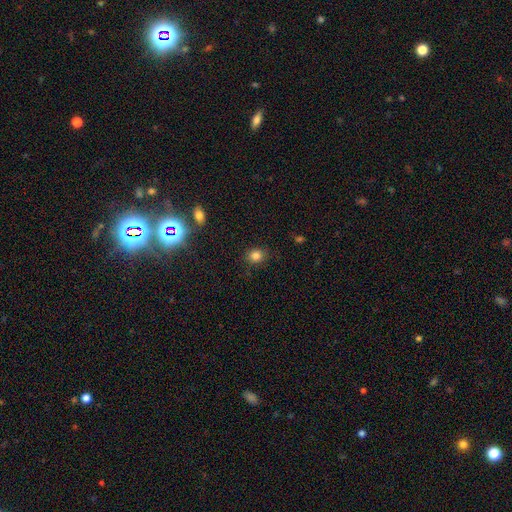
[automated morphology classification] Smooth or featured? smooth (82%)
How rounded? round (72%)
Merging? none (86%)